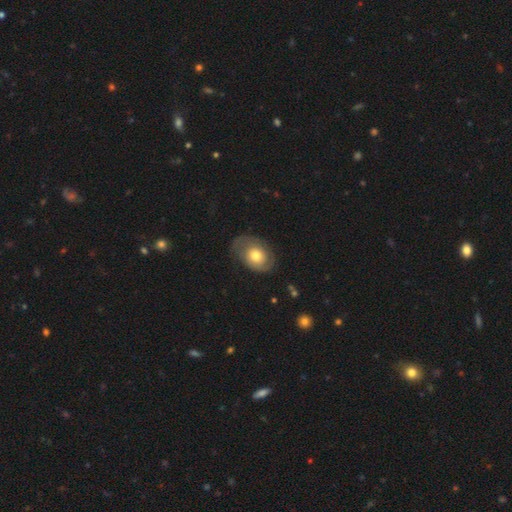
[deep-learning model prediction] Smooth or featured?
  - featured or disk: 62% *
  - smooth: 31%
  - star or artifact: 7%
Edge-on disk?
  - no: 96% *
  - yes: 4%
Bar?
  - no: 82% *
  - weak: 15%
  - strong: 3%
Spiral arms?
  - yes: 81% *
  - no: 19%
Bulge size?
  - moderate: 66% *
  - small: 19%
  - large: 12%
  - dominant: 2%
  - none: 1%
Merging?
  - none: 66% *
  - minor disturbance: 20%
  - major disturbance: 12%
  - merger: 2%